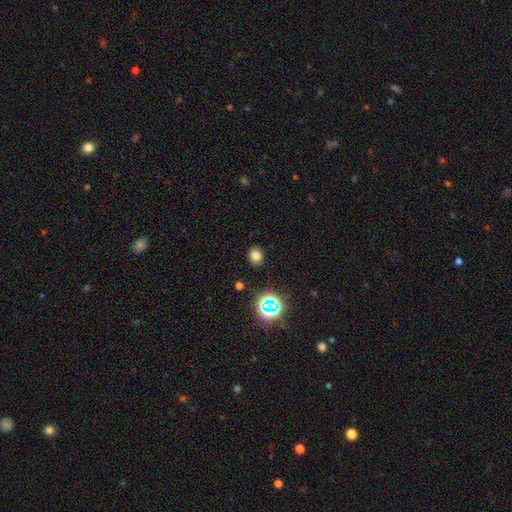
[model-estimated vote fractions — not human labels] This appears to be a smooth galaxy with no disk features (75%) that is round (58%). Merging: none (88%).